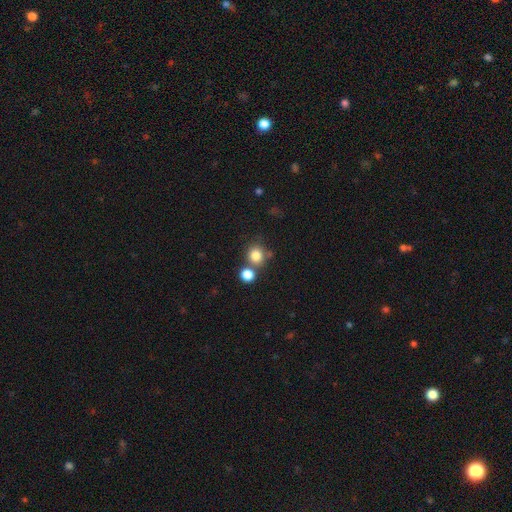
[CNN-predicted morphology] type=smooth (82%); roundness=round (85%); merging=none (64%).